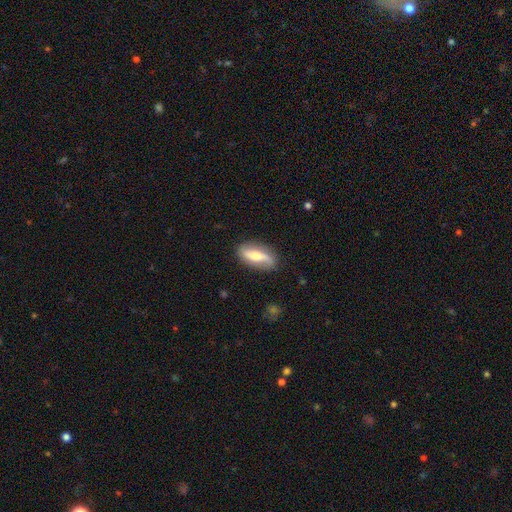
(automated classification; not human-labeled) Smooth or featured? featured or disk (53%)
Edge-on disk? no (73%)
Merging? none (83%)